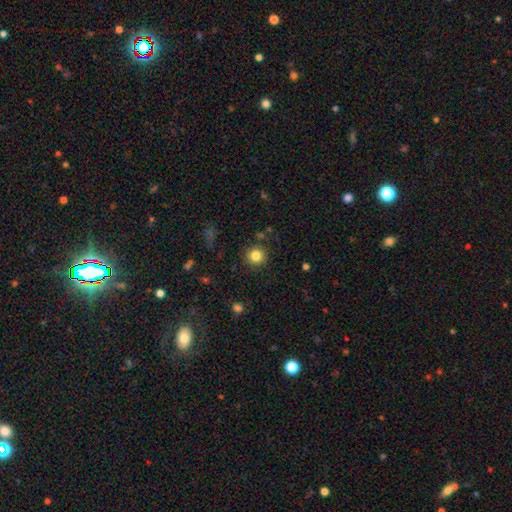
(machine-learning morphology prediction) A smooth galaxy with no disk features (83%) that is round (94%). Merging: none (89%).